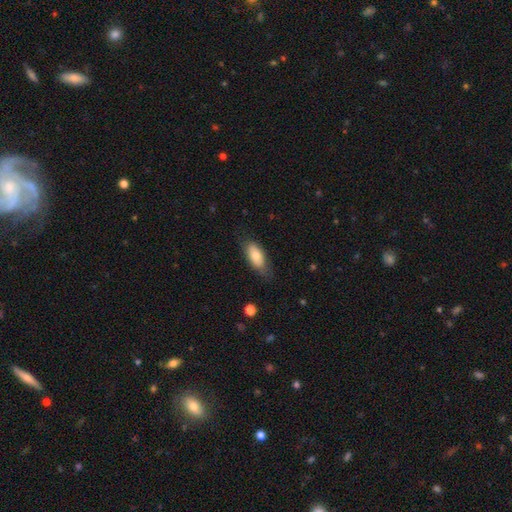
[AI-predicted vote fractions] A smooth galaxy with no disk features (75%) that is in between round and cigar-shaped (86%). Merging: none (69%).